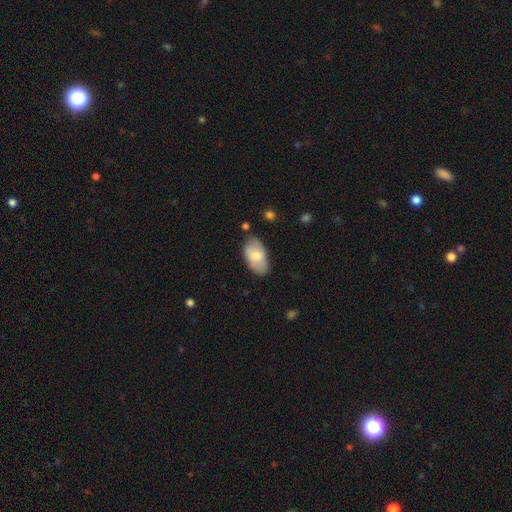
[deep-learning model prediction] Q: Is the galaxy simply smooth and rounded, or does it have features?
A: smooth — 74%.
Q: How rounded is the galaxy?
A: in between — 95%.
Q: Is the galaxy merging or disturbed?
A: none — 74%.